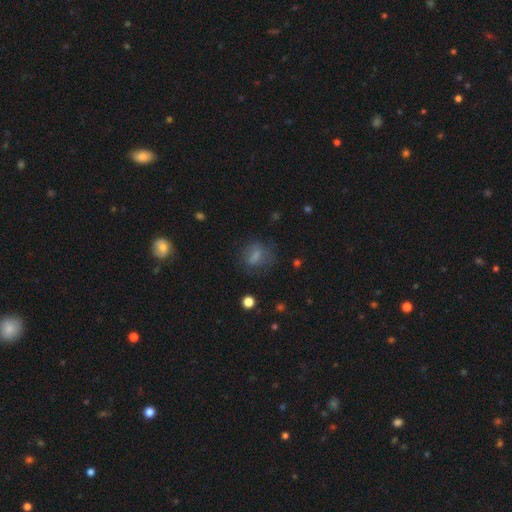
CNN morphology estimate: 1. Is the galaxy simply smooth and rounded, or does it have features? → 67% smooth, 20% featured or disk, 13% star or artifact.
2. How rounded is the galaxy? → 58% in between, 32% round, 9% cigar-shaped.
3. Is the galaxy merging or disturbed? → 60% none, 21% minor disturbance, 16% major disturbance, 2% merger.